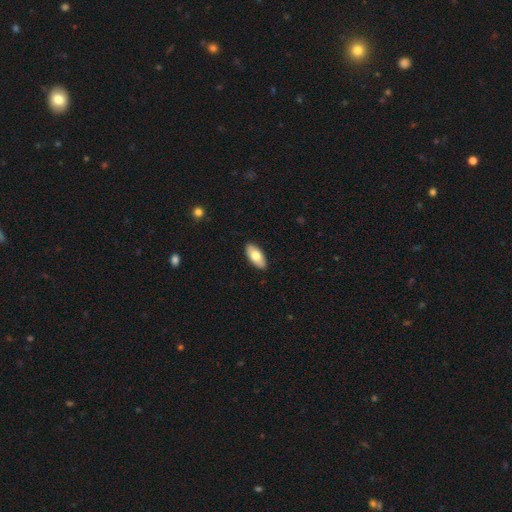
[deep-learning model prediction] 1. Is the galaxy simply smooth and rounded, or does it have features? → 75% smooth, 19% featured or disk, 6% star or artifact.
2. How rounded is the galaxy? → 91% in between, 7% cigar-shaped, 2% round.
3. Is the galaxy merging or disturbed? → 90% none, 8% minor disturbance, 2% major disturbance, 1% merger.